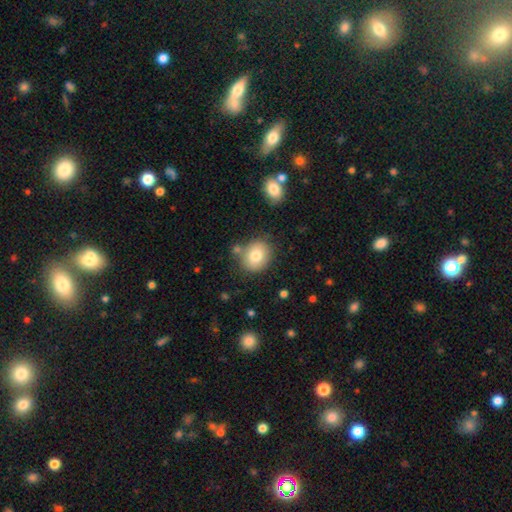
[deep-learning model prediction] smooth-or-featured: smooth: 78% | featured or disk: 12% | star or artifact: 9%
  how-rounded: round: 69% | in between: 31% | cigar-shaped: 1%
  merging: none: 73% | minor disturbance: 14% | merger: 9% | major disturbance: 4%